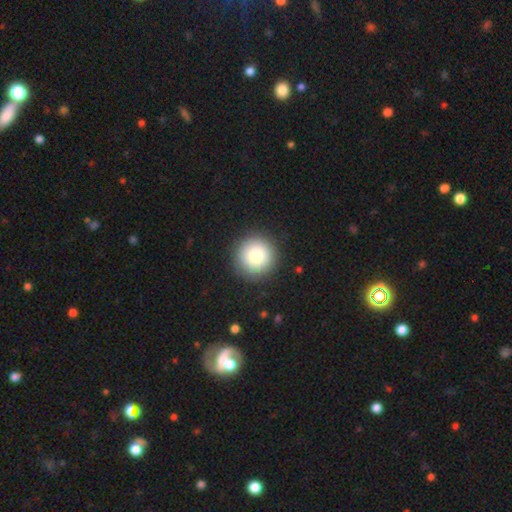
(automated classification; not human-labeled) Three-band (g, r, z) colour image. It shows a smooth galaxy with no disk features (78%) that is round (96%). Merging: none (90%).